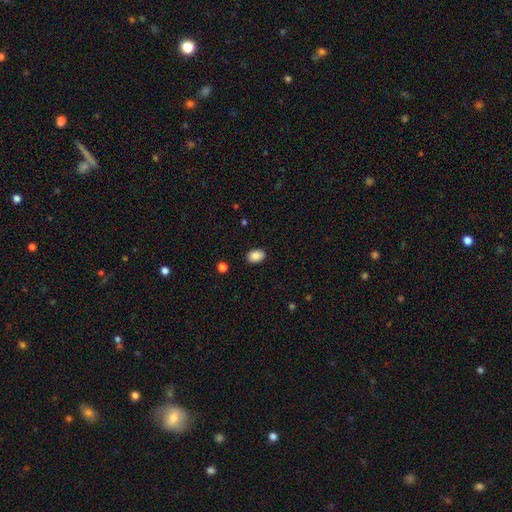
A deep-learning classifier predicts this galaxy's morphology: This appears to be a smooth galaxy with no disk features (89%) that is in between round and cigar-shaped (81%). Merging: none (87%).